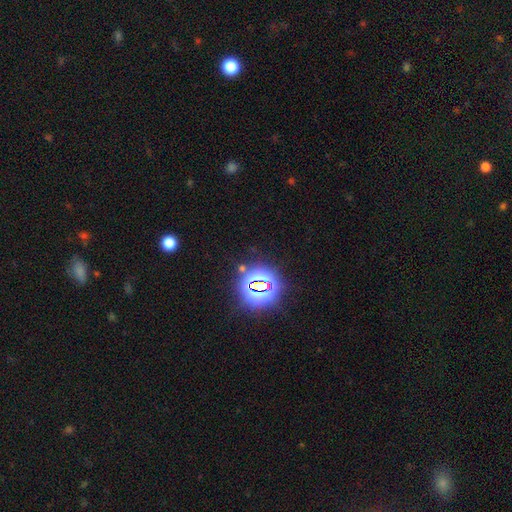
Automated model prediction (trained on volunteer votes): Smooth or featured: star or artifact — 80% (smooth — 13%)